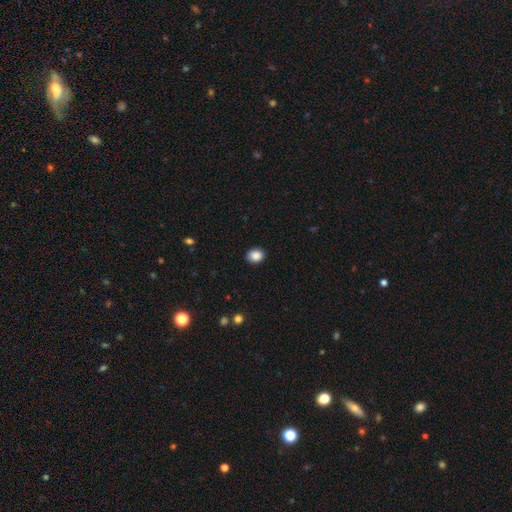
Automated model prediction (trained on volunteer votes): Smooth or featured? smooth (88%)
How rounded? round (57%)
Merging? none (89%)